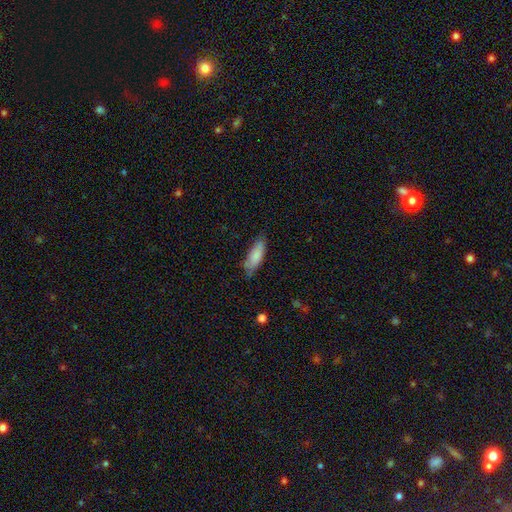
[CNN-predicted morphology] This is clearly a smooth galaxy (82%). How rounded: likely in between (60%). Merging: likely none (72%).